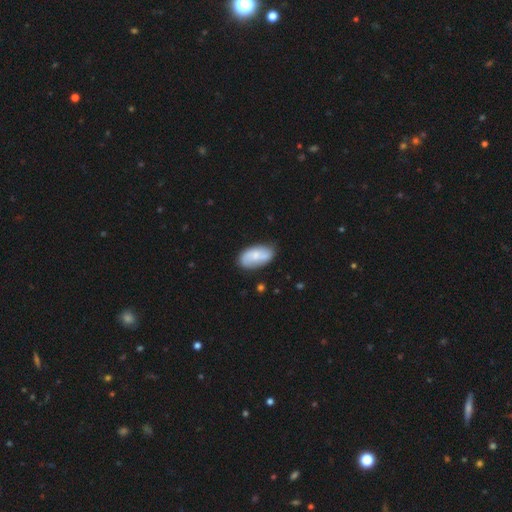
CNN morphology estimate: Smooth or featured? Predicted: smooth (p=0.61). How rounded? Predicted: in between (p=0.93). Merging? Predicted: none (p=0.69).